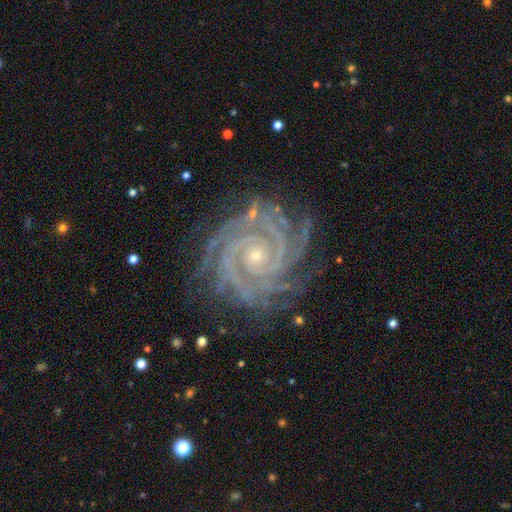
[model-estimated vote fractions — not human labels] A featured or disk galaxy (92%) with no bar (72%), 4 (25%) tight (85%) spiral arms (99%) and a small central bulge (78%). Merging: none (80%).